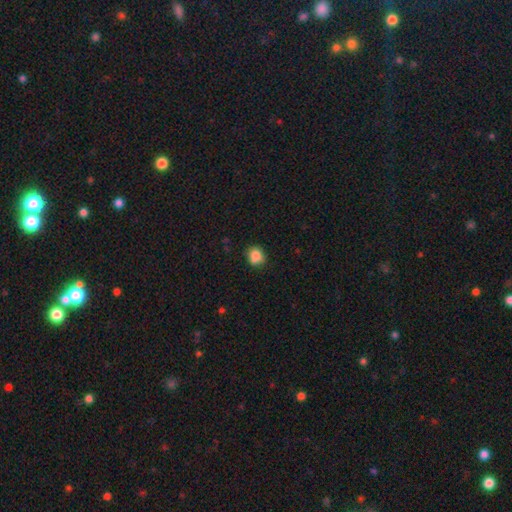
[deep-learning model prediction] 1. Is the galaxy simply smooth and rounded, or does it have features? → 81% smooth, 10% star or artifact, 9% featured or disk.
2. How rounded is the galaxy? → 72% round, 27% in between, 1% cigar-shaped.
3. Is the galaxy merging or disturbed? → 63% none, 22% minor disturbance, 10% merger, 5% major disturbance.